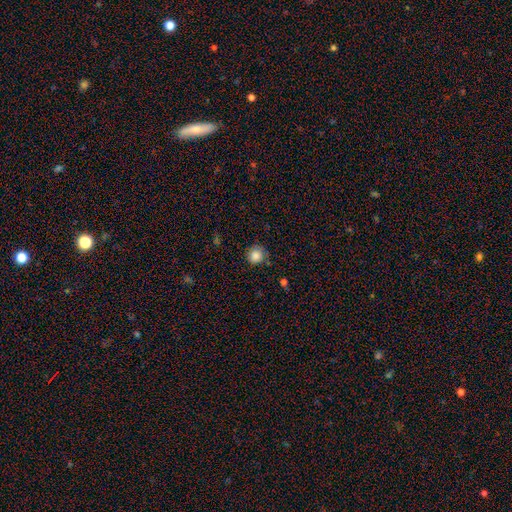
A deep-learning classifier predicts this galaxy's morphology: smooth_or_featured: smooth (p=0.85) [alt: star or artifact p=0.10]
how_rounded: round (p=0.90) [alt: in between p=0.09]
merging: none (p=0.75) [alt: minor disturbance p=0.18]